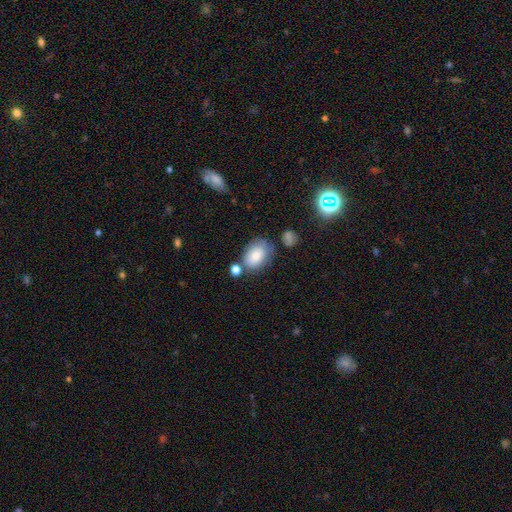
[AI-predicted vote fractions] Overall: smooth (79%). How rounded: in between (83%). Merging: none (59%; minor disturbance 22%).